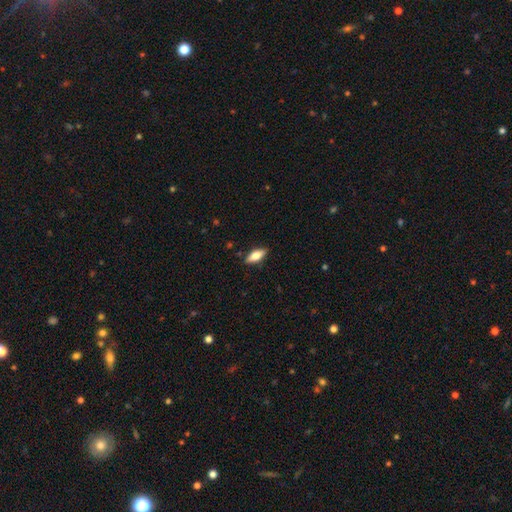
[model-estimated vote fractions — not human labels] Smooth or featured?
  - smooth: 68% *
  - featured or disk: 25%
  - star or artifact: 7%
How rounded?
  - in between: 75% *
  - cigar-shaped: 22%
  - round: 3%
Merging?
  - none: 87% *
  - minor disturbance: 10%
  - major disturbance: 2%
  - merger: 1%